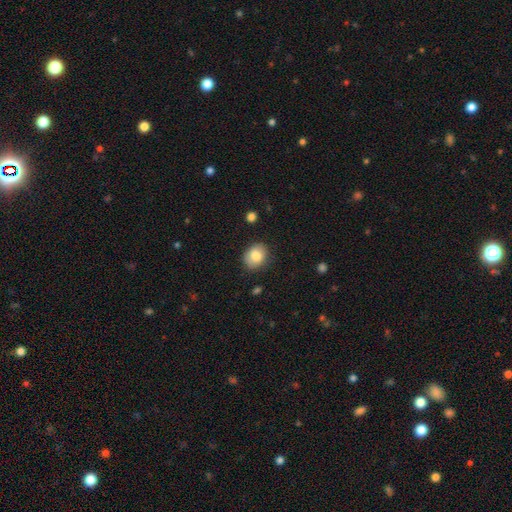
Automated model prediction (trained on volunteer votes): smooth 84%, featured or disk 8%, star or artifact 8%. Down the decision tree: how rounded — in between (51%); merging — none (81%).